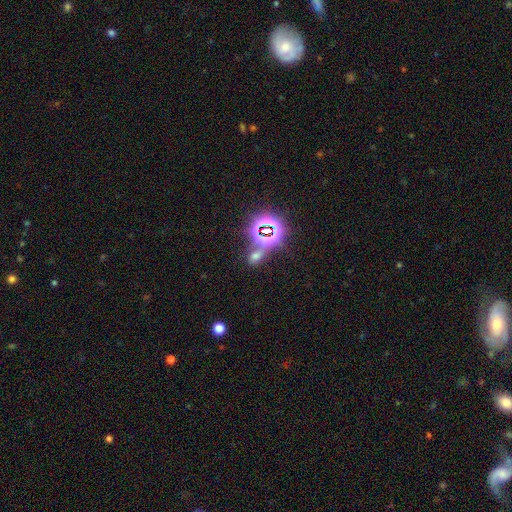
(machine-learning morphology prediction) Overall: star or artifact (51%; smooth 40%).